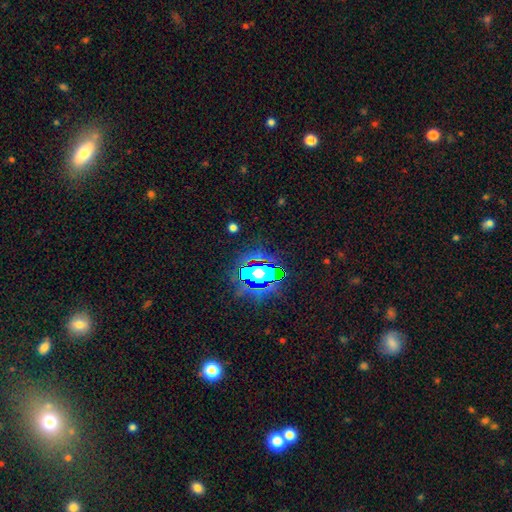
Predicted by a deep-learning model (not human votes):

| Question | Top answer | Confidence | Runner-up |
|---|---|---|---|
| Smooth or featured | star or artifact | 76% | smooth (15%) |